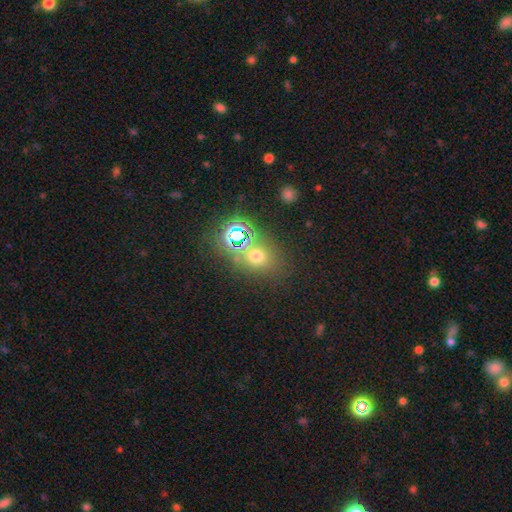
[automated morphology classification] This appears to be a smooth galaxy with no disk features (55%) that is round (63%). Merging: none (69%).